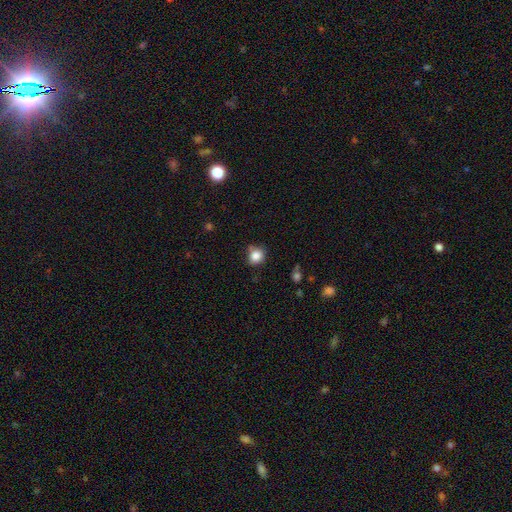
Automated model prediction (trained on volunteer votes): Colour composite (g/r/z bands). It shows a smooth galaxy with no disk features (84%) that is round (83%). Merging: none (72%).